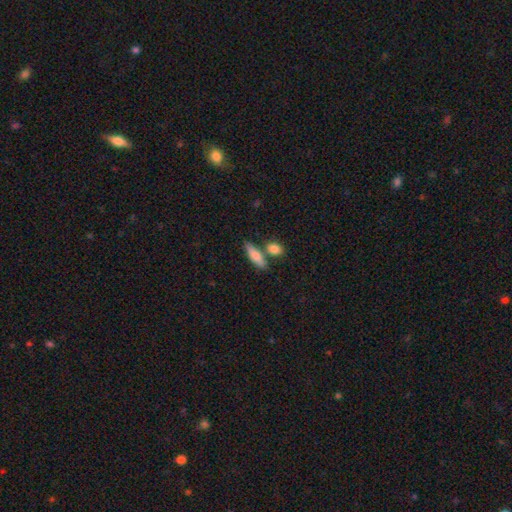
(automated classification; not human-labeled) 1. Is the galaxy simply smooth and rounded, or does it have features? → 76% smooth, 18% featured or disk, 6% star or artifact.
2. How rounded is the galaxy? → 55% cigar-shaped, 41% in between, 4% round.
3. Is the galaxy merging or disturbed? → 65% none, 21% merger, 11% minor disturbance, 3% major disturbance.